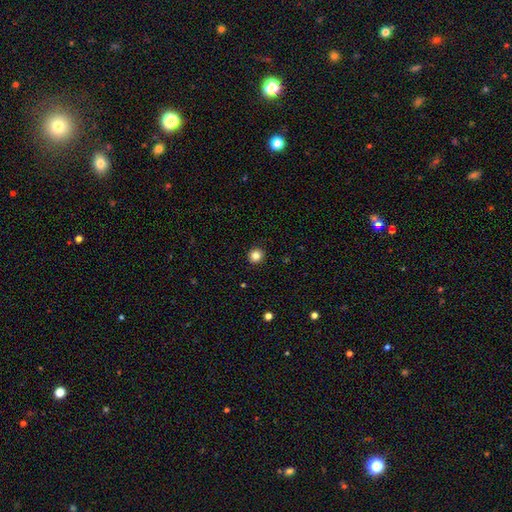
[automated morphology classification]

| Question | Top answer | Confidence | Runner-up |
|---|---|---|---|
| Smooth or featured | smooth | 83% | star or artifact (12%) |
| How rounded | round | 91% | in between (9%) |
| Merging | none | 93% | minor disturbance (5%) |